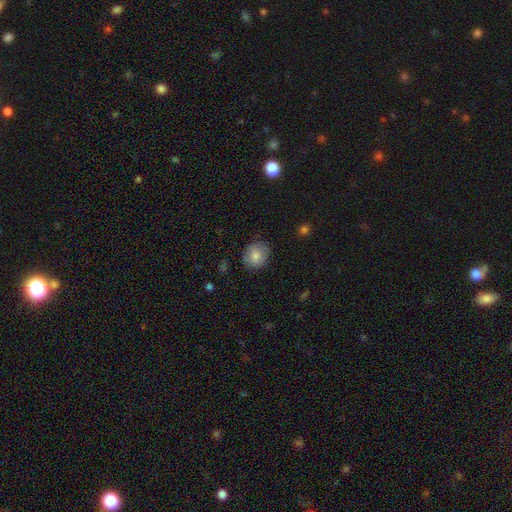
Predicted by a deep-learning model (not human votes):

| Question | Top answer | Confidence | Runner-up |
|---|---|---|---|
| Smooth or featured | smooth | 82% | featured or disk (11%) |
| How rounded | round | 77% | in between (23%) |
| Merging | none | 83% | minor disturbance (13%) |